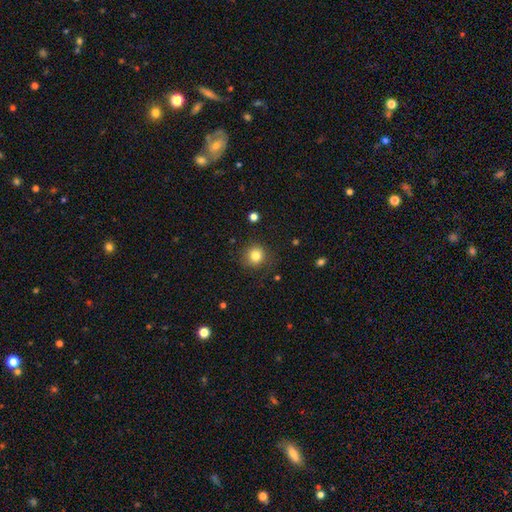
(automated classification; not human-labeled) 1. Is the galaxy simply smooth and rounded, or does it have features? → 82% smooth, 12% star or artifact, 6% featured or disk.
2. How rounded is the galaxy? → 92% round, 7% in between, 1% cigar-shaped.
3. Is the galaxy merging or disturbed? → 85% none, 10% minor disturbance, 4% major disturbance, 1% merger.